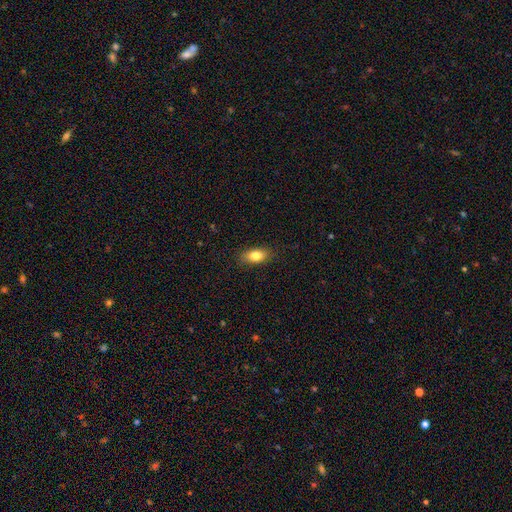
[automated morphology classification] The model was most divided on "smooth or featured": smooth: 82%, featured or disk: 11%, star or artifact: 8%. More confident: merging — none (86%); how rounded — in between (85%).